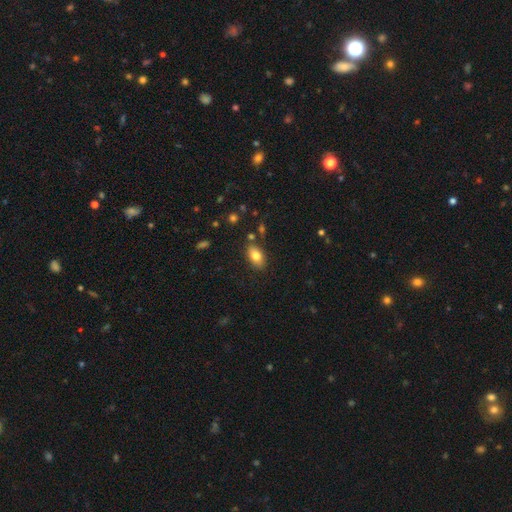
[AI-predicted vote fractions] Overall: smooth (80%). How rounded: in between (90%). Merging: none (81%).